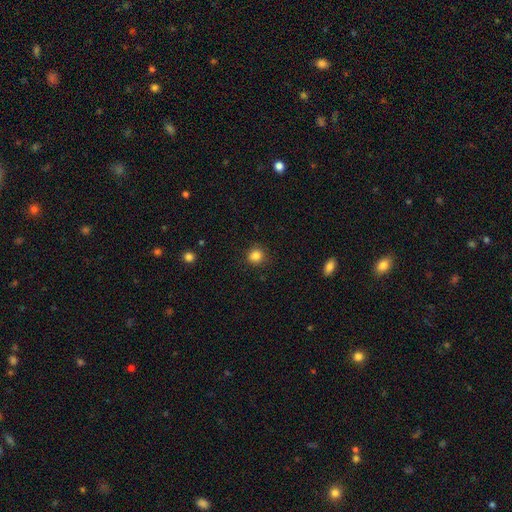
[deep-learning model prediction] A smooth galaxy with no disk features (84%) that is round (89%). Merging: none (89%).